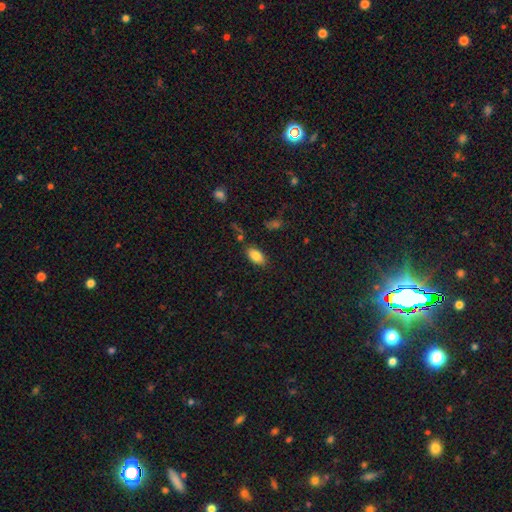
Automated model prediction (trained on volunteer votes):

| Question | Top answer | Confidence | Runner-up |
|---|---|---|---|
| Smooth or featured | smooth | 85% | star or artifact (9%) |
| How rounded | in between | 92% | round (4%) |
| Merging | none | 82% | minor disturbance (11%) |